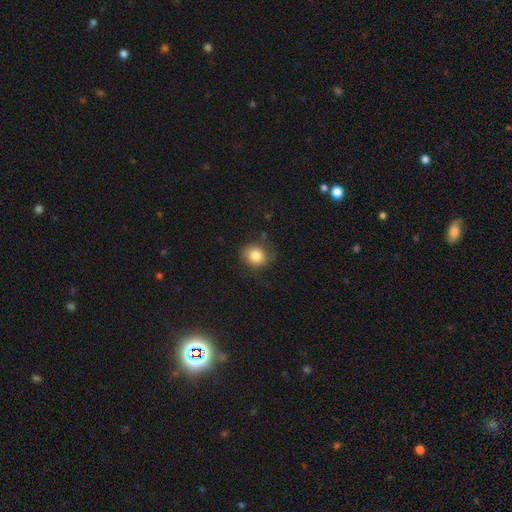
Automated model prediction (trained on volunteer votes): Smooth or featured: smooth — 83% (star or artifact — 9%)
How rounded: round — 78% (in between — 21%)
Merging: none — 78% (minor disturbance — 16%)